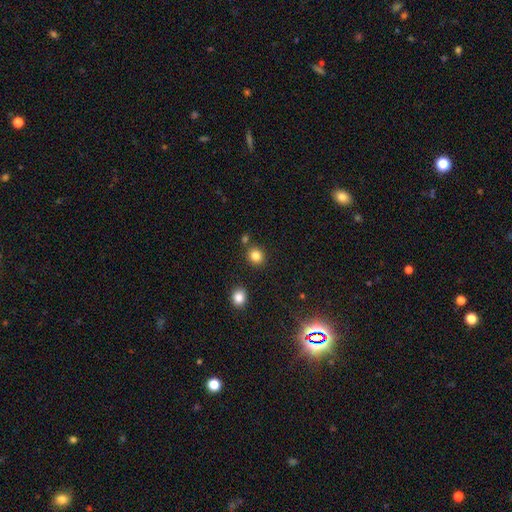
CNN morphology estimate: This is clearly a smooth galaxy (84%). How rounded: likely round (77%). Merging: clearly none (82%).